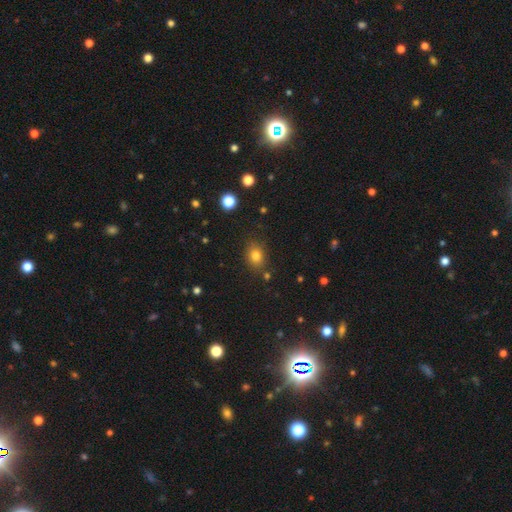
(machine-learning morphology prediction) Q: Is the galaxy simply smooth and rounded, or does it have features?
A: smooth — 79%.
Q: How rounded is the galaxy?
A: in between — 55%.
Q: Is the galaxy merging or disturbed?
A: none — 81%.